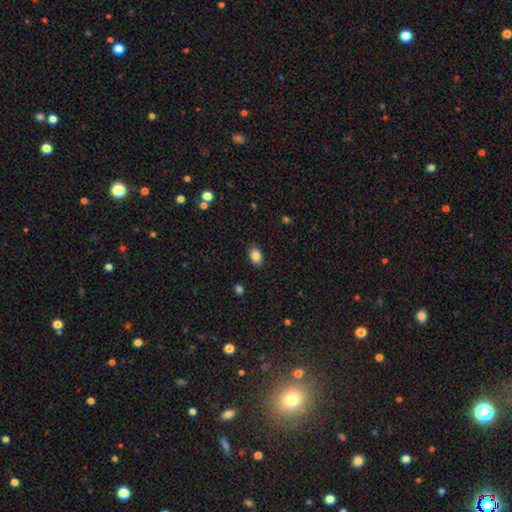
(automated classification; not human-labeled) This is clearly a smooth galaxy (85%). How rounded: clearly in between (83%). Merging: clearly none (88%).